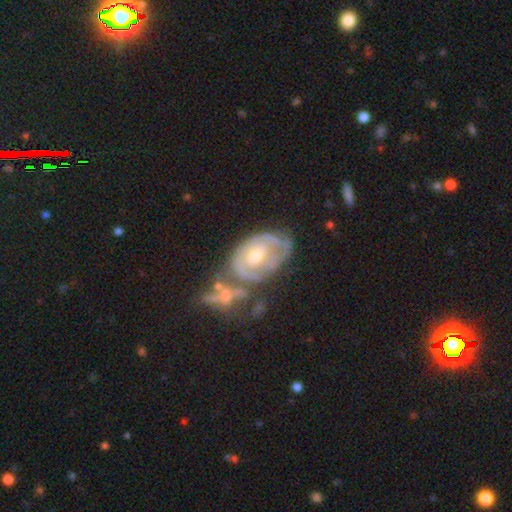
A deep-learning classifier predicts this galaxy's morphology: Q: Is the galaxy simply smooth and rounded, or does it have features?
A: featured or disk — 78%.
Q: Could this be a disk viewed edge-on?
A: no — 95%.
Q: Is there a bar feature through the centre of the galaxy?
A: no — 71%.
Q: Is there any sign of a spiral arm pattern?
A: yes — 74%.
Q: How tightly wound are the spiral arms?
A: tight — 68%.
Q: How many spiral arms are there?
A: can't tell — 51%.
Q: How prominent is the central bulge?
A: moderate — 64%.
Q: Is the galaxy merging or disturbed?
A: none — 34%.